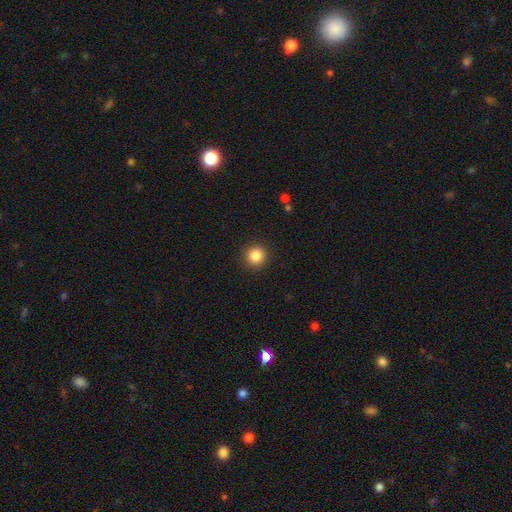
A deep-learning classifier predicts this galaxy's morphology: smooth_or_featured: smooth (p=0.85) [alt: star or artifact p=0.10]
how_rounded: round (p=0.95) [alt: in between p=0.04]
merging: none (p=0.92) [alt: minor disturbance p=0.05]